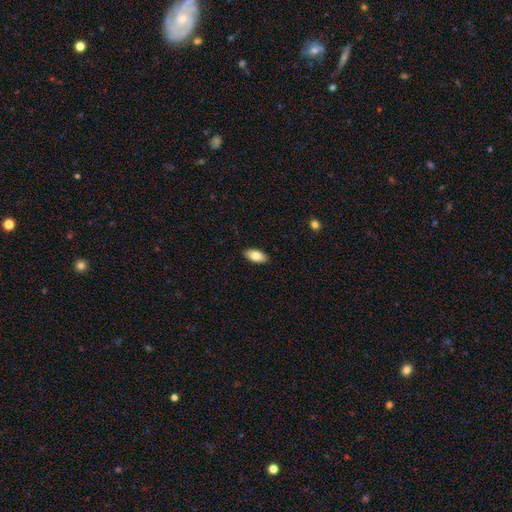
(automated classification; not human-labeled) smooth 80%, featured or disk 14%, star or artifact 7%. Down the decision tree: how rounded — in between (91%); merging — none (90%).